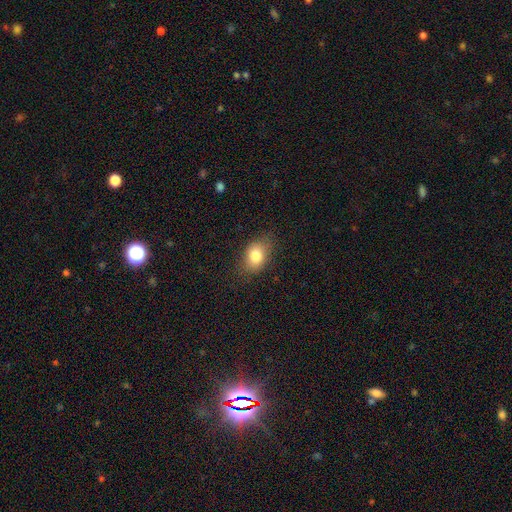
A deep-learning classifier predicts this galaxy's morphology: This is clearly a smooth galaxy (80%). How rounded: likely in between (76%). Merging: likely none (78%).